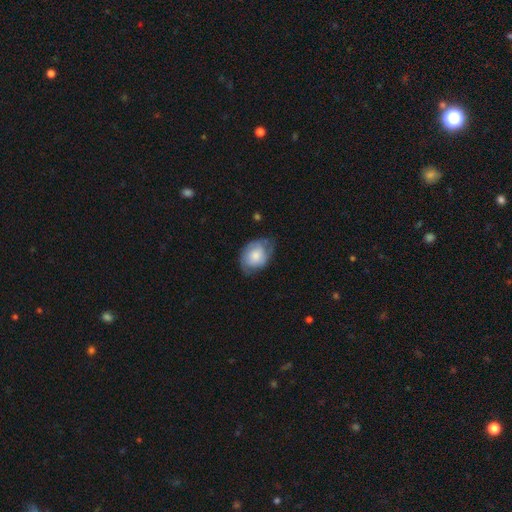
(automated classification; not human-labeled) smooth_or_featured: smooth (p=0.61) [alt: featured or disk p=0.32]
how_rounded: in between (p=0.69) [alt: round p=0.30]
merging: none (p=0.53) [alt: minor disturbance p=0.34]